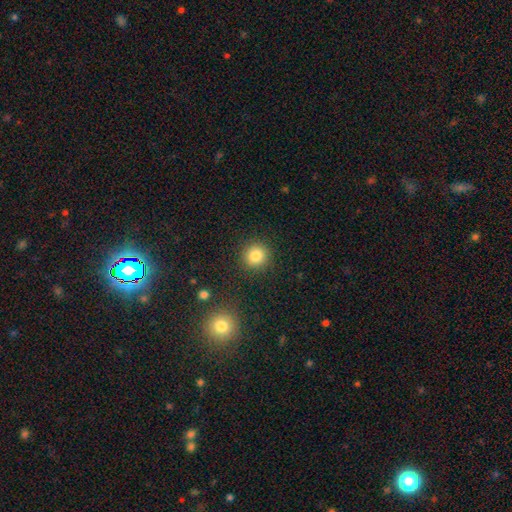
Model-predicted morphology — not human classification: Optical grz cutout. It shows a smooth galaxy with no disk features (83%) that is round (93%). Merging: none (89%).